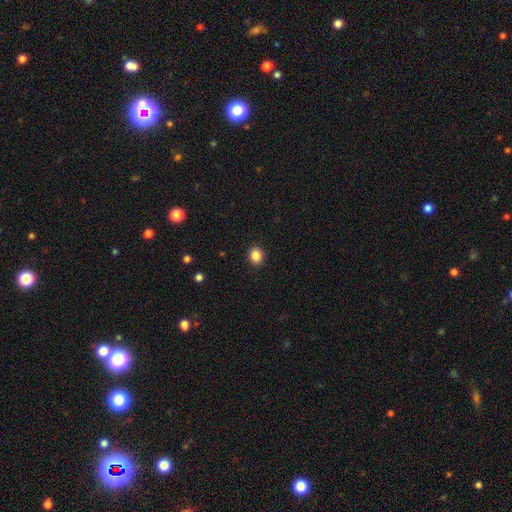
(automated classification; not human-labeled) This appears to be a smooth galaxy with no disk features (86%) that is round (69%). Merging: none (92%).